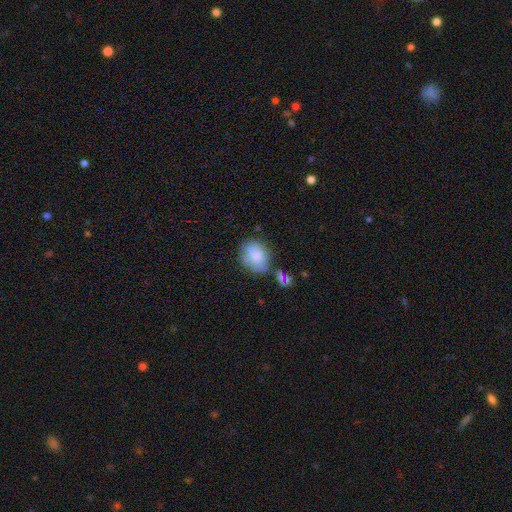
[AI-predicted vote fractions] smooth 74%, featured or disk 18%, star or artifact 8%. Down the decision tree: how rounded — in between (52%); merging — none (54%).